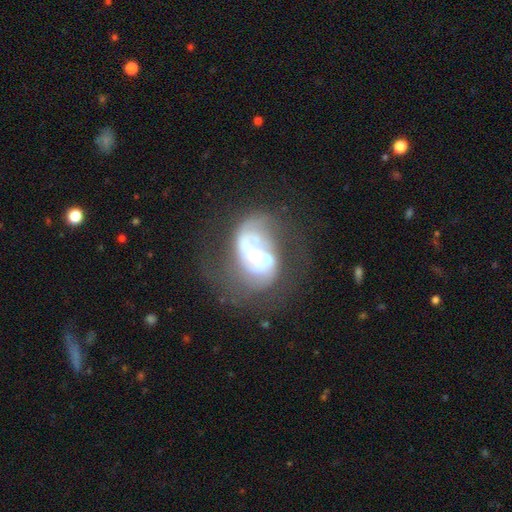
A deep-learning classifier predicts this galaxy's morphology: This appears to be a featured or disk galaxy (77%) with no bar (67%), 2 (50%) medium (40%) spiral arms (71%) and a moderate central bulge (55%). Merging: merger (33%).